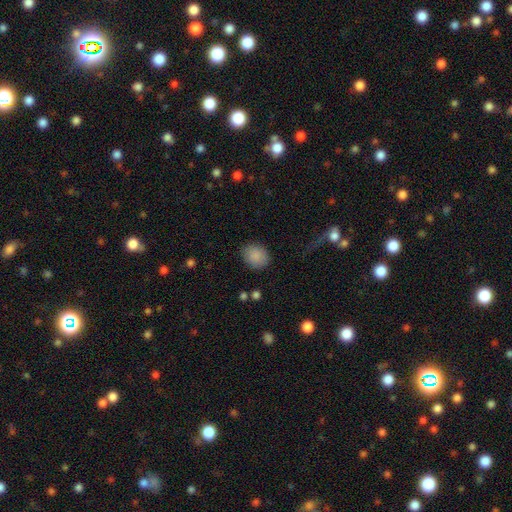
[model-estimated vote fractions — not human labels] Smooth or featured?
  - smooth: 88% *
  - star or artifact: 8%
  - featured or disk: 4%
How rounded?
  - round: 59% *
  - in between: 40%
  - cigar-shaped: 1%
Merging?
  - none: 85% *
  - minor disturbance: 11%
  - major disturbance: 3%
  - merger: 1%